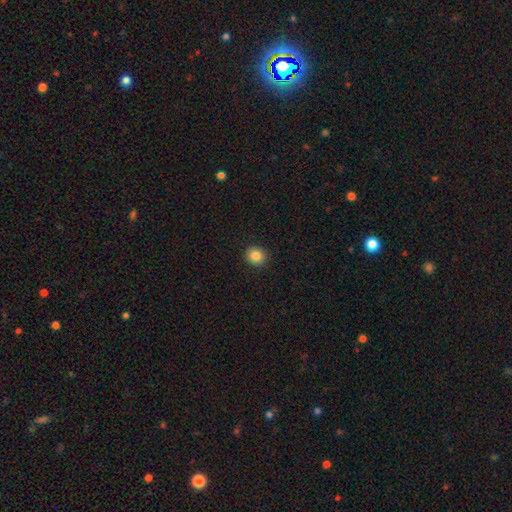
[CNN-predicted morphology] Smooth or featured? Predicted: smooth (p=0.85). How rounded? Predicted: round (p=0.86). Merging? Predicted: none (p=0.92).